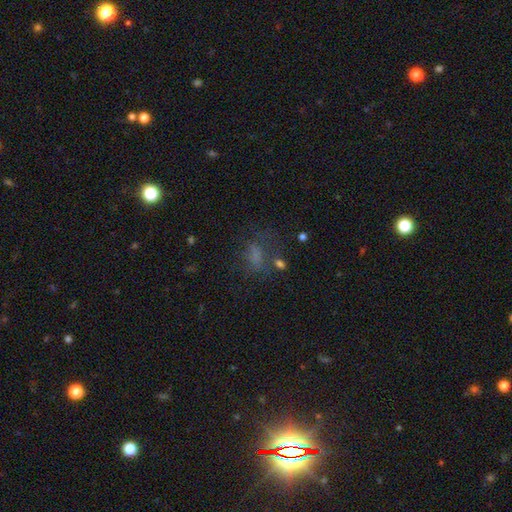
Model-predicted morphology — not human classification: This appears to be a smooth galaxy with no disk features (53%) that is in between round and cigar-shaped (71%). Merging: none (46%).